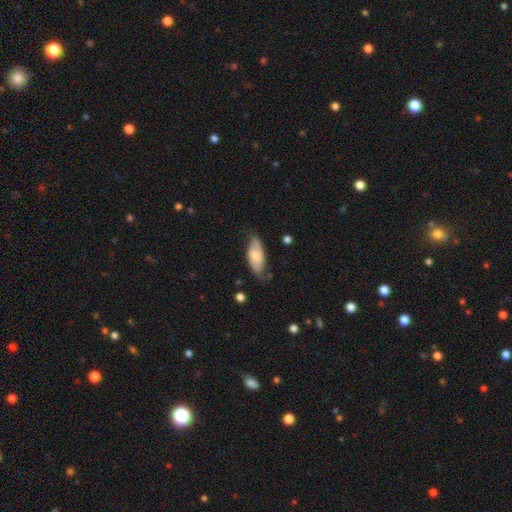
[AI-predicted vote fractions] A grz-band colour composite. It shows a smooth galaxy with no disk features (69%) that is in between round and cigar-shaped (82%). Merging: none (65%).